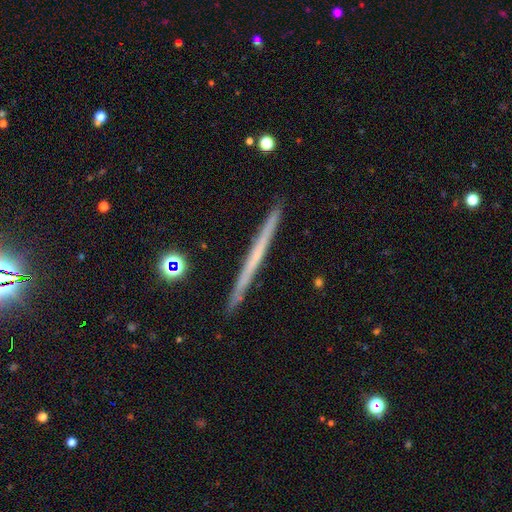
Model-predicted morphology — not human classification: A featured or disk galaxy (55%) viewed edge-on (98%) with no central bulge (91%). Merging: none (92%).